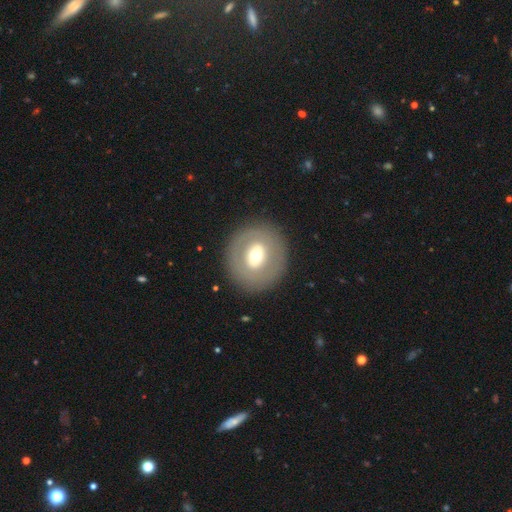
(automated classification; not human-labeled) smooth-or-featured: smooth: 47% | featured or disk: 46% | star or artifact: 8%
  merging: none: 85% | minor disturbance: 8% | major disturbance: 5% | merger: 1%